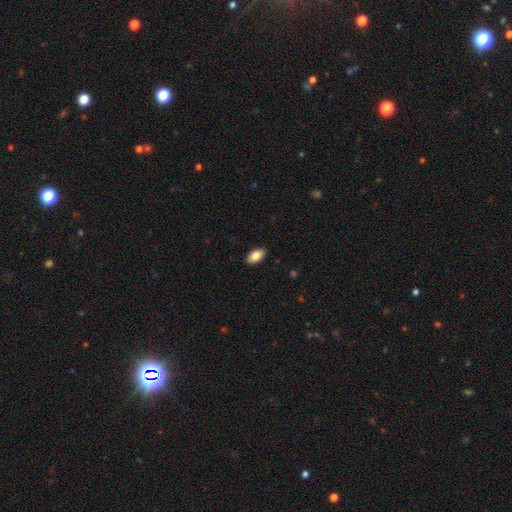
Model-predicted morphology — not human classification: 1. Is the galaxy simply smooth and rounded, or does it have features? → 85% smooth, 8% featured or disk, 7% star or artifact.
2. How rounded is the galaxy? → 93% in between, 5% round, 2% cigar-shaped.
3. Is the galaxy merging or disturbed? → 90% none, 7% minor disturbance, 2% major disturbance, 1% merger.